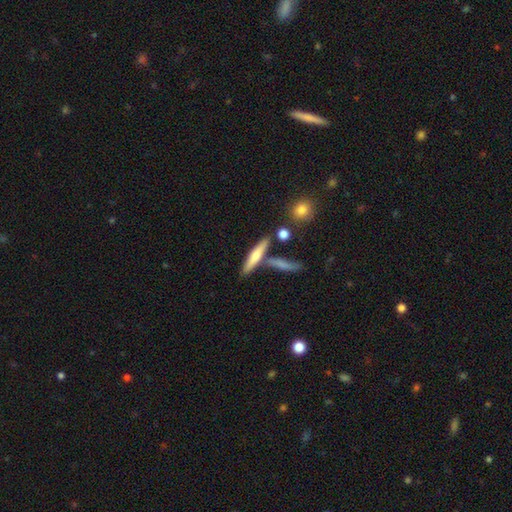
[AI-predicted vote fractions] smooth-or-featured: smooth: 56% | featured or disk: 37% | star or artifact: 7%
  how-rounded: cigar-shaped: 78% | in between: 18% | round: 4%
  merging: none: 66% | merger: 19% | minor disturbance: 11% | major disturbance: 4%